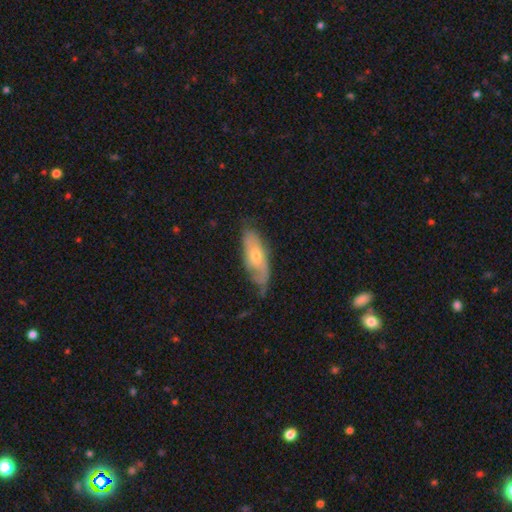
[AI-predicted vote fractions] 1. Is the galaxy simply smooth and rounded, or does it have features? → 55% featured or disk, 39% smooth, 6% star or artifact.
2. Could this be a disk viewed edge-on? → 79% no, 21% yes.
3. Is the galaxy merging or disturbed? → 57% none, 30% minor disturbance, 11% major disturbance, 2% merger.